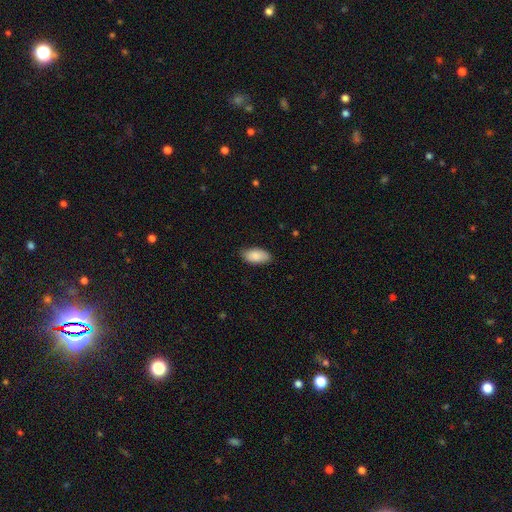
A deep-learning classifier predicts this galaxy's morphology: type=smooth (88%); roundness=in between (93%); merging=none (84%).